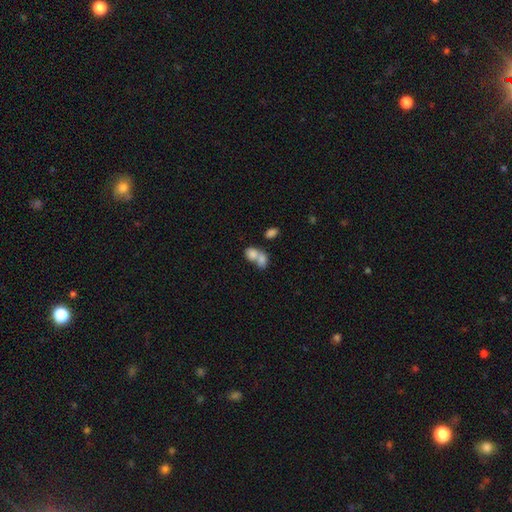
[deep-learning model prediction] smooth-or-featured: smooth: 78% | featured or disk: 14% | star or artifact: 9%
  how-rounded: in between: 64% | round: 34% | cigar-shaped: 2%
  merging: merger: 71% | none: 19% | minor disturbance: 6% | major disturbance: 4%